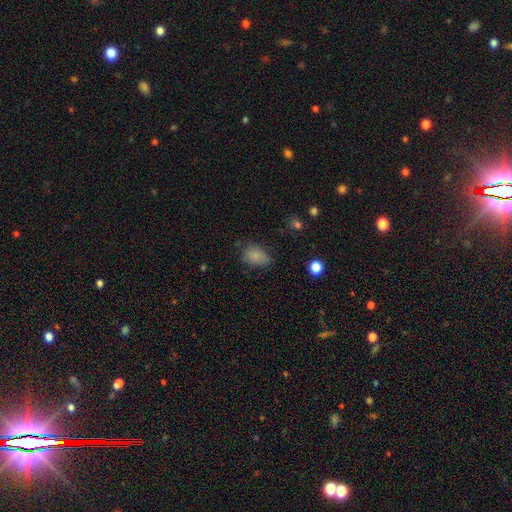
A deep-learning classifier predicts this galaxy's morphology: Smooth or featured? Predicted: smooth (p=0.82). How rounded? Predicted: in between (p=0.78). Merging? Predicted: none (p=0.66).